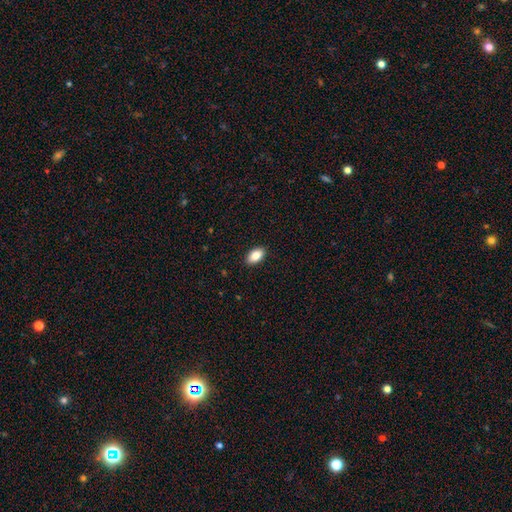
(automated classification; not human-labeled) A smooth galaxy with no disk features (86%) that is in between round and cigar-shaped (93%). Merging: none (90%).